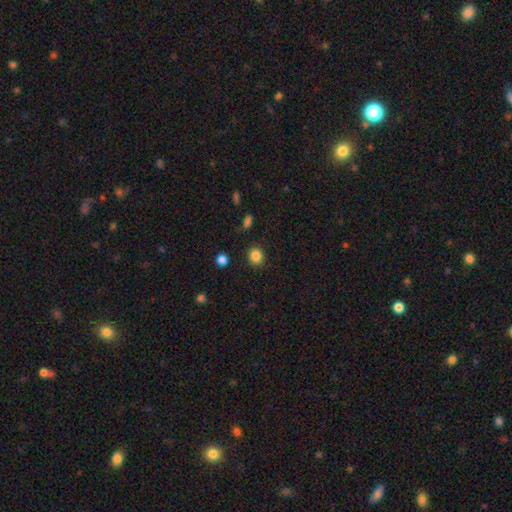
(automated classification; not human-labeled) Smooth or featured: smooth — 85% (star or artifact — 11%)
How rounded: round — 75% (in between — 24%)
Merging: none — 87% (minor disturbance — 8%)